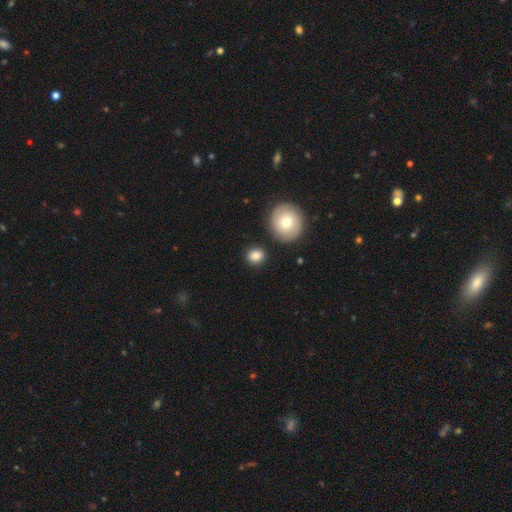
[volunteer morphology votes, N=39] smooth_or_featured: smooth (p=0.87) [alt: star or artifact p=0.08]
how_rounded: round (p=0.74) [alt: in between p=0.26]
merging: none (p=0.89) [alt: minor disturbance p=0.06]